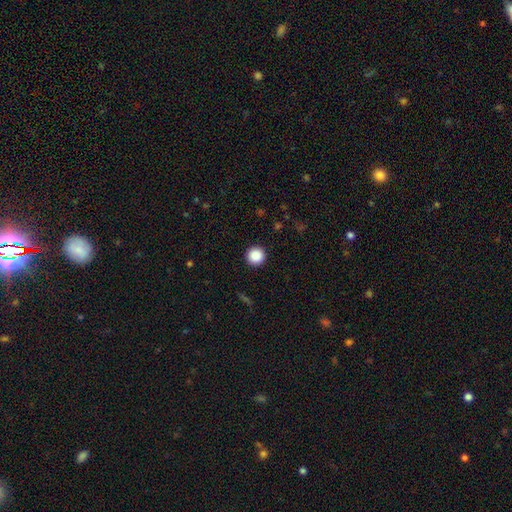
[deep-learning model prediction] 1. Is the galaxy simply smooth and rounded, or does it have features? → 88% smooth, 9% star or artifact, 3% featured or disk.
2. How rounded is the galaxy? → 96% round, 3% in between, 1% cigar-shaped.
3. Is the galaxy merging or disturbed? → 93% none, 4% minor disturbance, 2% major disturbance, 1% merger.